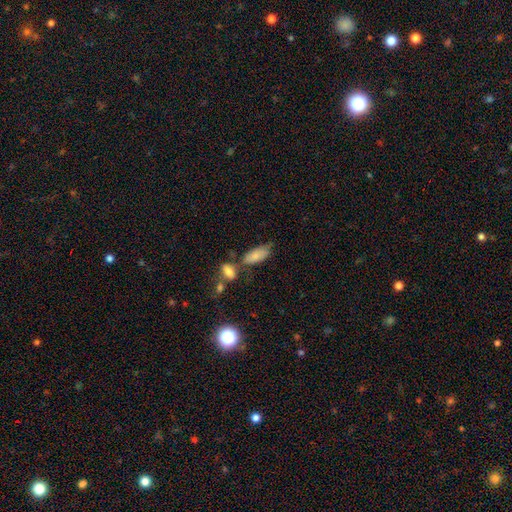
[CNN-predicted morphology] Overall: smooth (81%). How rounded: in between (85%). Merging: none (47%; minor disturbance 24%).